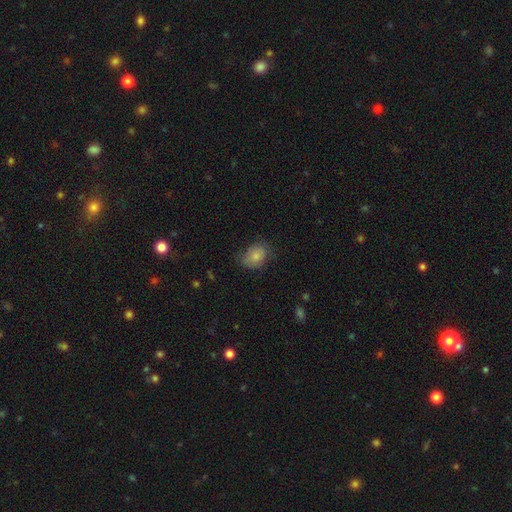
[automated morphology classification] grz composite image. It shows a smooth galaxy with no disk features (81%) that is in between round and cigar-shaped (63%). Merging: none (63%).